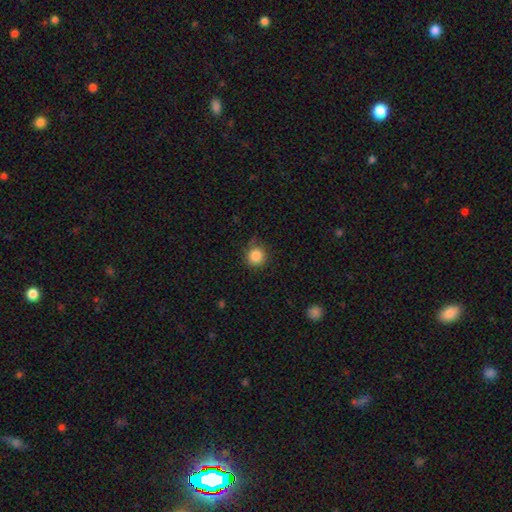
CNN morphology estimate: The model was most divided on "merging": none: 78%, minor disturbance: 17%, major disturbance: 4%, merger: 1%. More confident: how rounded — round (93%); smooth or featured — smooth (86%).